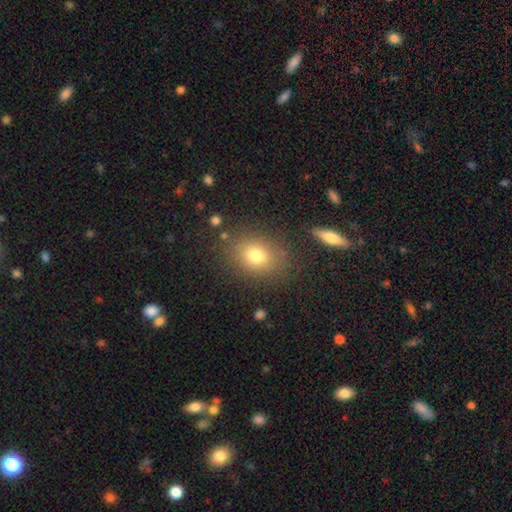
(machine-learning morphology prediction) type=smooth (75%); roundness=in between (55%); merging=none (81%).